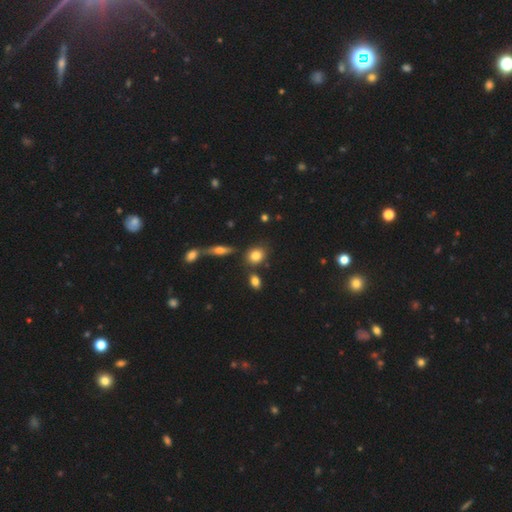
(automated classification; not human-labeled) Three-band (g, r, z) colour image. It shows a smooth galaxy with no disk features (81%) that is round (53%). Merging: none (73%).